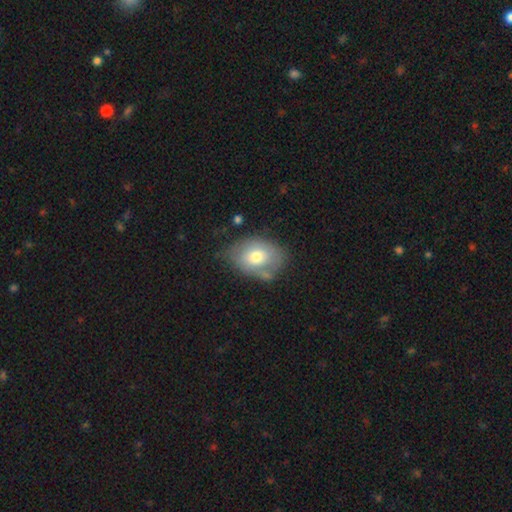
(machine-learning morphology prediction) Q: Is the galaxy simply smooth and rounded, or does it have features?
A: smooth — 66%.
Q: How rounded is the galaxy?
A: in between — 71%.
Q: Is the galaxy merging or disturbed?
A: none — 57%.